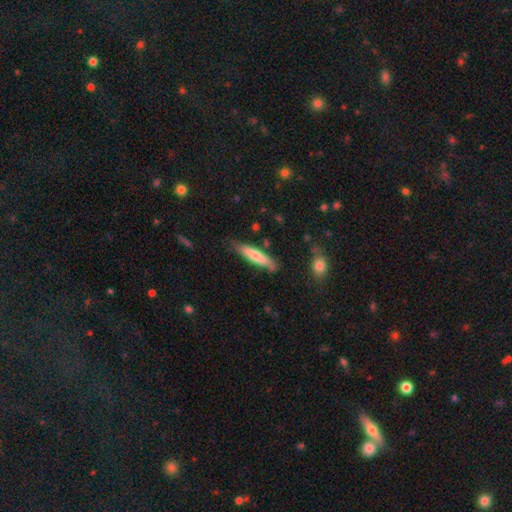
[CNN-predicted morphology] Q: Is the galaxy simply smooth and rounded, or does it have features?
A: smooth — 68%.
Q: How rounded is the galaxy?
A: cigar-shaped — 81%.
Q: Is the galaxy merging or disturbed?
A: none — 72%.